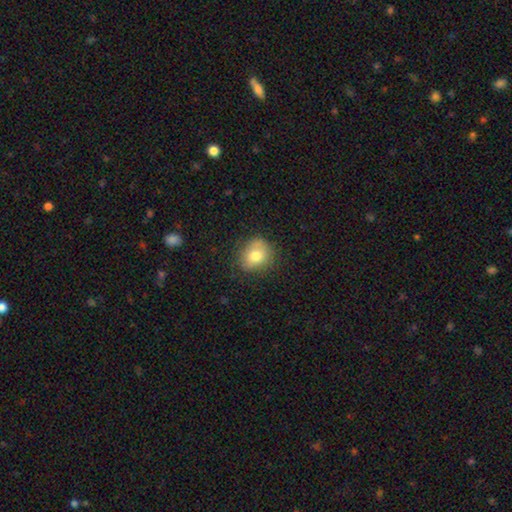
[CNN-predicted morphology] A smooth galaxy with no disk features (76%) that is round (68%). Merging: none (75%).